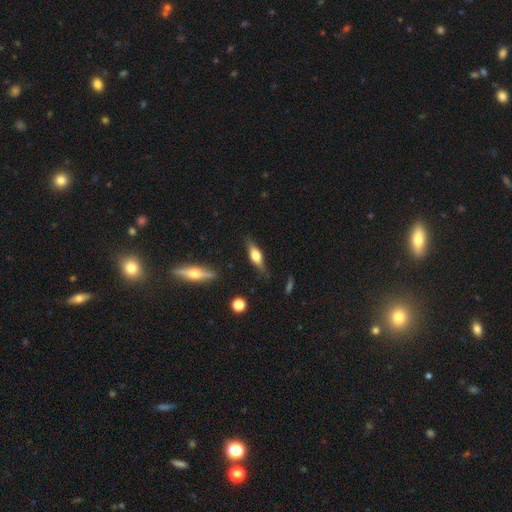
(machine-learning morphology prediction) The model was most divided on "smooth or featured": featured or disk: 49%, smooth: 44%, star or artifact: 7%. More confident: merging — none (79%).